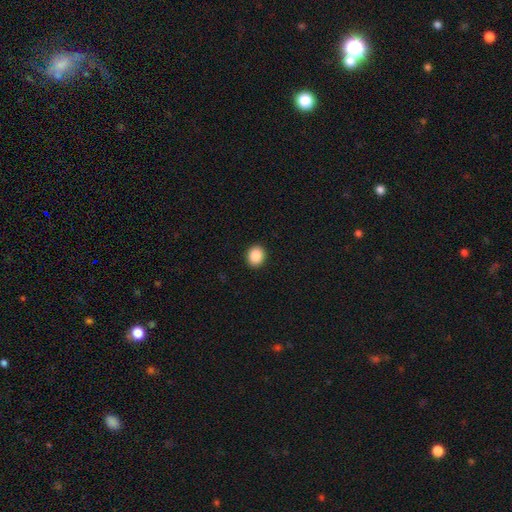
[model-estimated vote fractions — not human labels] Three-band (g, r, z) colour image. It shows a smooth galaxy with no disk features (88%) that is round (72%). Merging: none (92%).